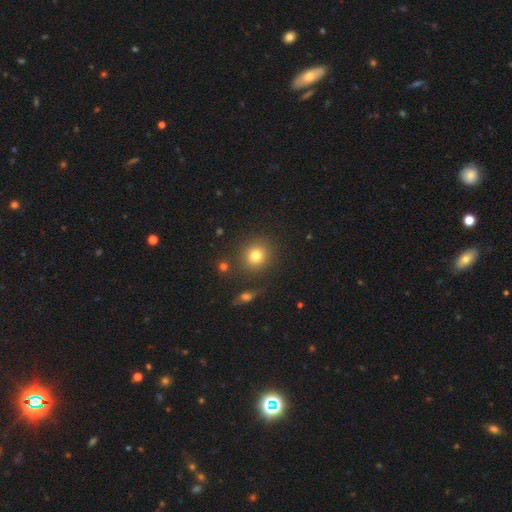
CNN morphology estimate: Overall: smooth (79%). How rounded: round (86%). Merging: none (85%).